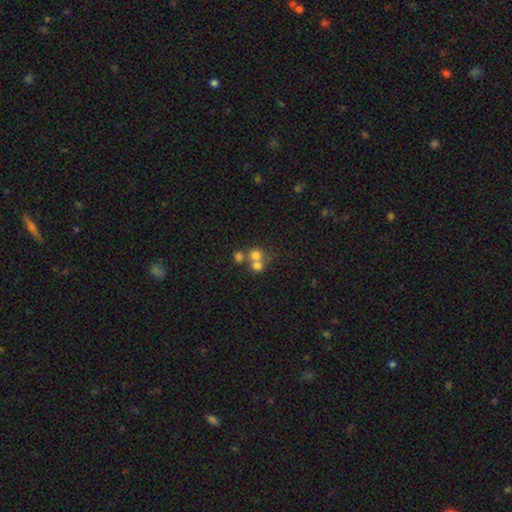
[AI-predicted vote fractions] Smooth or featured? Predicted: smooth (p=0.68). How rounded? Predicted: round (p=0.85). Merging? Predicted: merger (p=0.52).